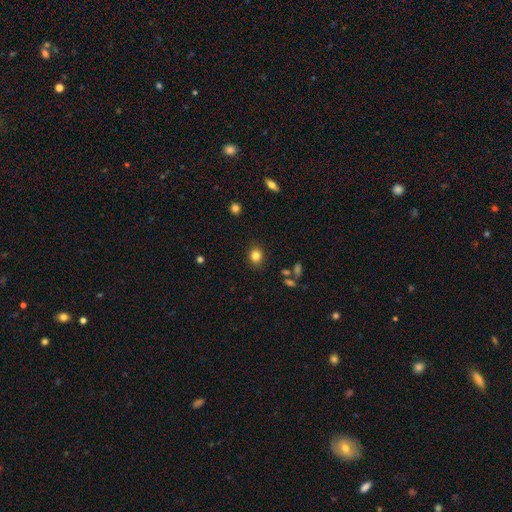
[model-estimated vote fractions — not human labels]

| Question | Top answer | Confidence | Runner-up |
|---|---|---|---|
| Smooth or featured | smooth | 83% | star or artifact (11%) |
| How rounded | round | 74% | in between (25%) |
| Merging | none | 87% | minor disturbance (8%) |